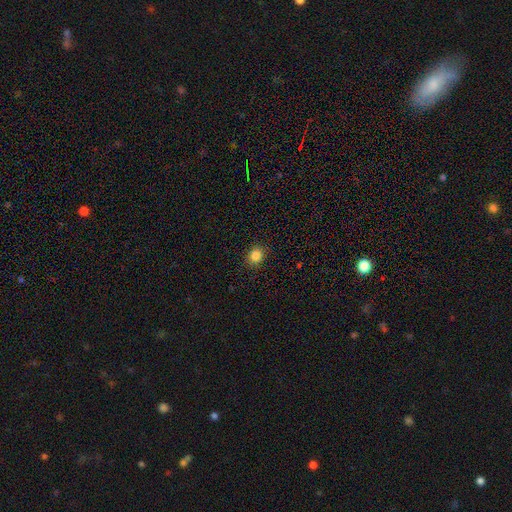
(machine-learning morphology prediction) A smooth galaxy with no disk features (84%) that is round (74%).

Vote fractions:
- Smooth or featured? smooth: 84% / star or artifact: 11% / featured or disk: 4%
- How rounded? round: 74% / in between: 25% / cigar-shaped: 1%
- Merging? none: 89% / minor disturbance: 8% / major disturbance: 2% / merger: 1%